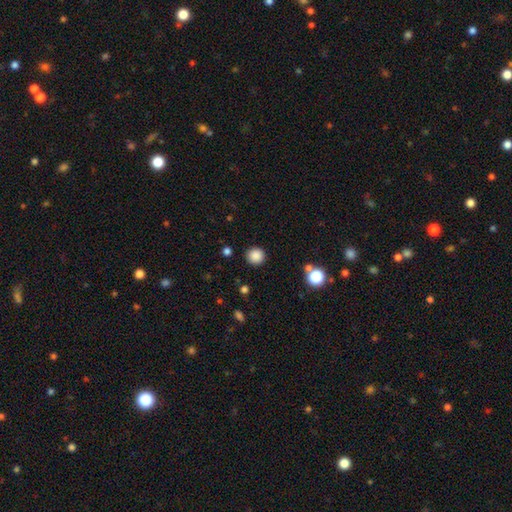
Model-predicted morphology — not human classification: This is clearly a smooth galaxy (86%). How rounded: clearly round (94%). Merging: clearly none (90%).